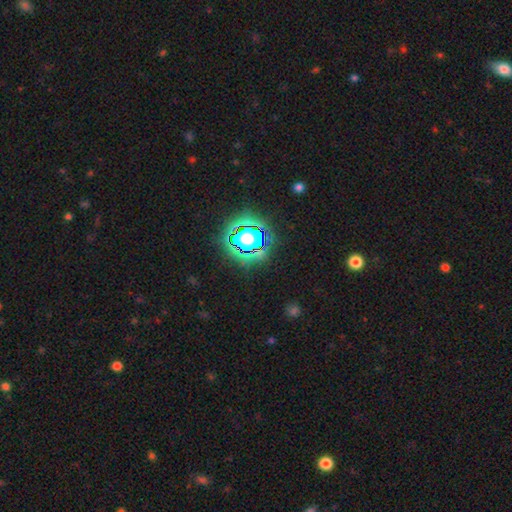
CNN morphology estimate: The model was most divided on "smooth or featured": star or artifact: 83%, smooth: 10%, featured or disk: 7%.